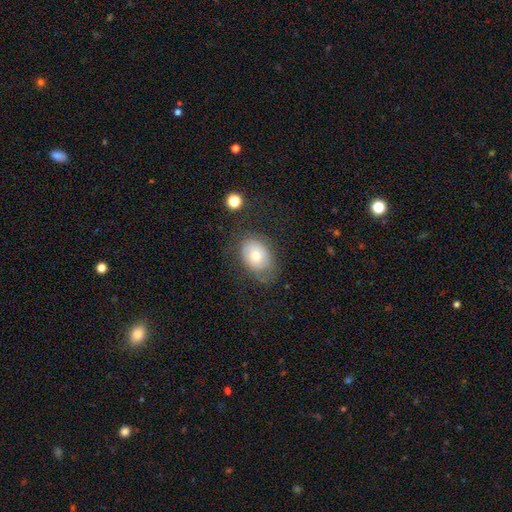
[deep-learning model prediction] Morphology: type=smooth (62%); roundness=in between (72%); merging=none (63%).